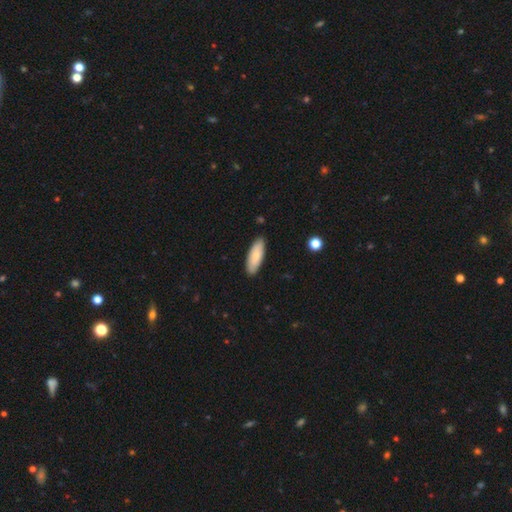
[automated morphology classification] Smooth or featured? Predicted: smooth (p=0.82). How rounded? Predicted: in between (p=0.68). Merging? Predicted: none (p=0.87).